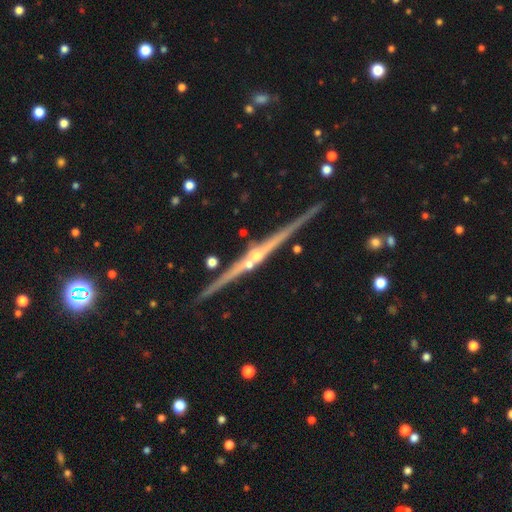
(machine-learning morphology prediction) This is clearly a featured or disk galaxy (86%). It is clearly viewed edge-on (98%). Edge-on bulge: likely rounded (76%). Merging: clearly none (87%).